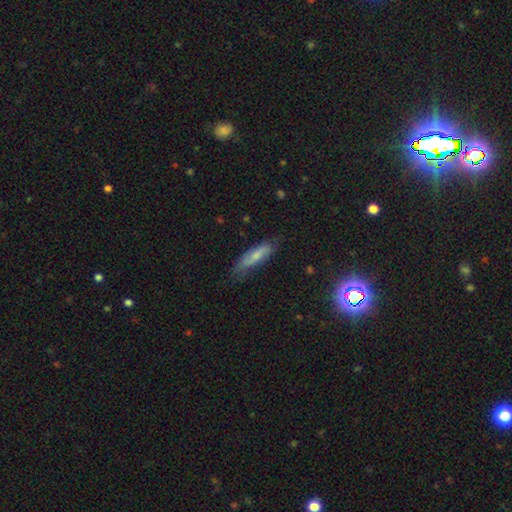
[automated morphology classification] Smooth or featured? Predicted: smooth (p=0.60). How rounded? Predicted: cigar-shaped (p=0.53). Merging? Predicted: none (p=0.64).